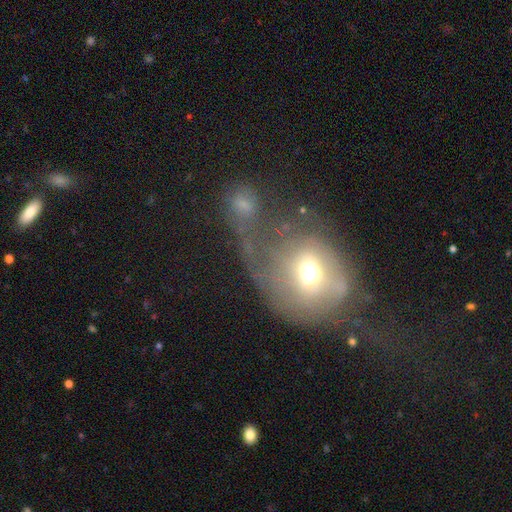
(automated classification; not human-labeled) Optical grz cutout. It shows a featured or disk galaxy (43%, tied with smooth). Merging: merger (39%).